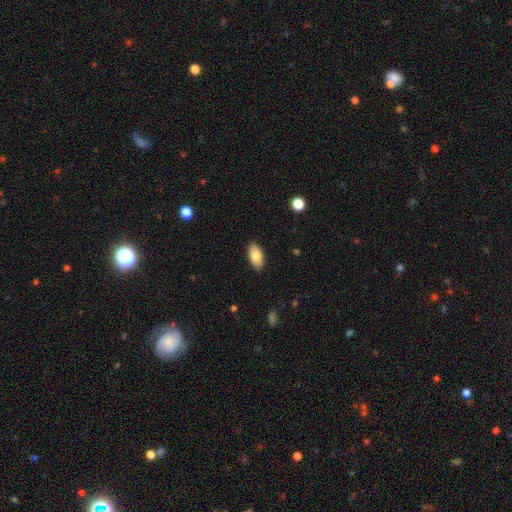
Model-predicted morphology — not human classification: A smooth galaxy with no disk features (83%) that is in between round and cigar-shaped (93%). Merging: none (89%).